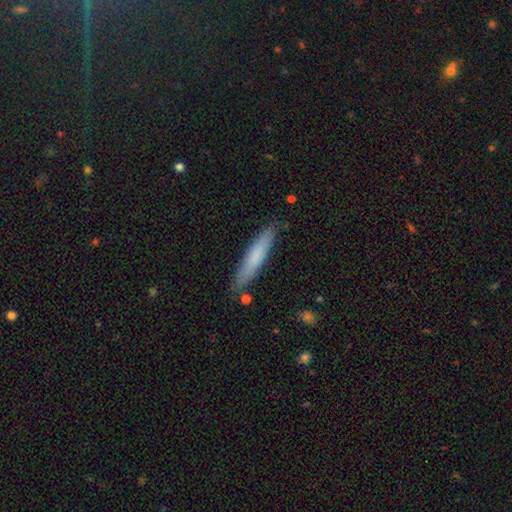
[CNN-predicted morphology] smooth-or-featured: smooth: 71% | featured or disk: 24% | star or artifact: 6%
  how-rounded: cigar-shaped: 91% | in between: 8% | round: 1%
  merging: none: 86% | minor disturbance: 10% | merger: 2% | major disturbance: 2%